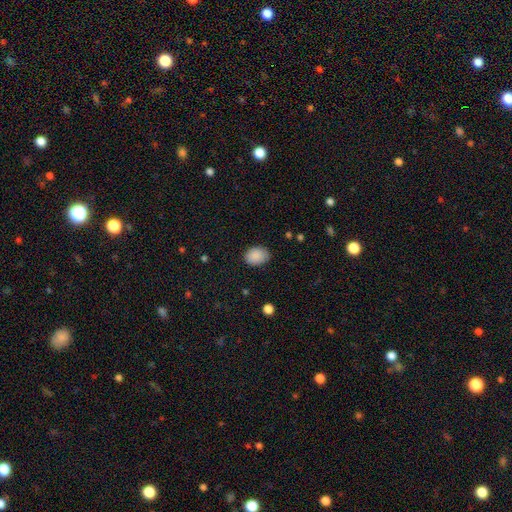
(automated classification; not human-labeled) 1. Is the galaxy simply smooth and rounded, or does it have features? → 89% smooth, 8% star or artifact, 4% featured or disk.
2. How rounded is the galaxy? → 69% in between, 30% round, 1% cigar-shaped.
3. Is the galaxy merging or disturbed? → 80% none, 16% minor disturbance, 3% major disturbance, 1% merger.